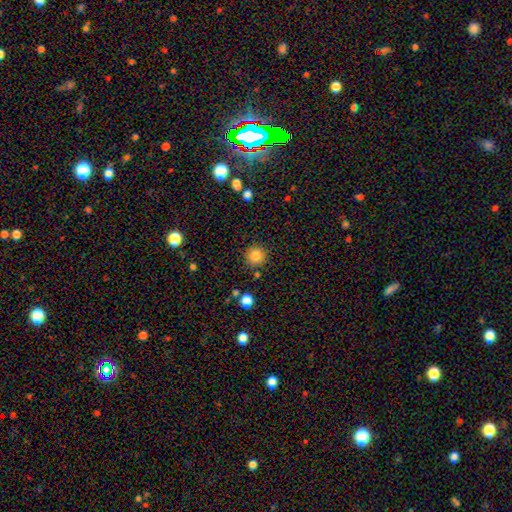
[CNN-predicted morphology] type=smooth (83%); roundness=round (93%); merging=none (86%).